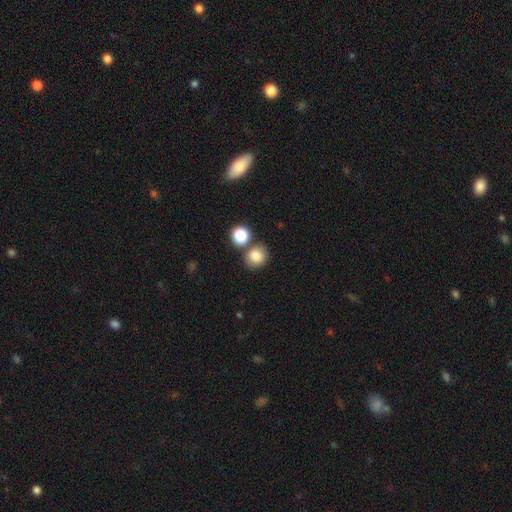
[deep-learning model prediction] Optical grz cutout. It shows a smooth galaxy with no disk features (83%) that is round (68%). Merging: none (68%).